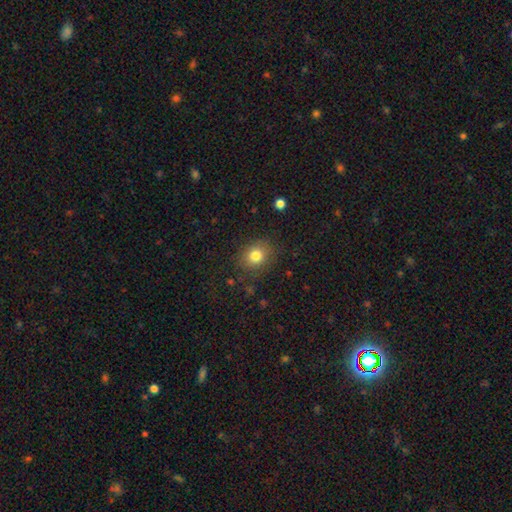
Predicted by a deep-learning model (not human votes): Smooth or featured?
  - smooth: 80% *
  - star or artifact: 12%
  - featured or disk: 8%
How rounded?
  - round: 67% *
  - in between: 32%
  - cigar-shaped: 1%
Merging?
  - none: 84% *
  - minor disturbance: 10%
  - major disturbance: 4%
  - merger: 1%